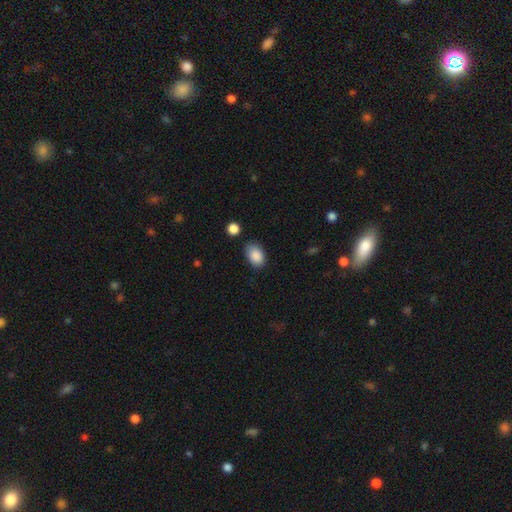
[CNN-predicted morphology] A smooth galaxy with no disk features (89%) that is in between round and cigar-shaped (87%). Merging: none (76%).